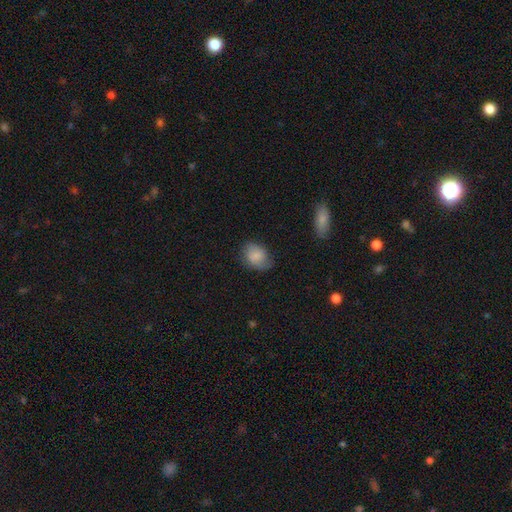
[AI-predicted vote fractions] smooth 76%, featured or disk 16%, star or artifact 8%. Down the decision tree: how rounded — in between (69%); merging — none (61%).